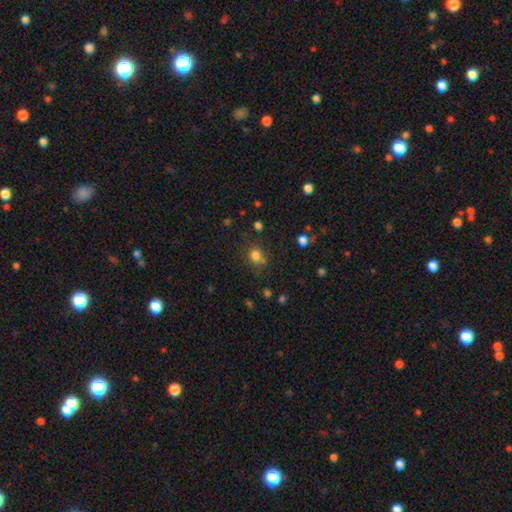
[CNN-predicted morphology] Smooth or featured? Predicted: smooth (p=0.77). How rounded? Predicted: round (p=0.67). Merging? Predicted: none (p=0.64).